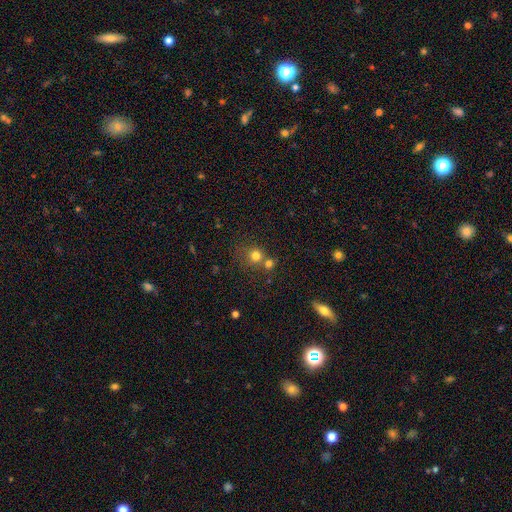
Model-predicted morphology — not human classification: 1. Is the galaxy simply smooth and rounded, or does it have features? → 74% smooth, 16% star or artifact, 10% featured or disk.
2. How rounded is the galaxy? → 87% round, 12% in between, 1% cigar-shaped.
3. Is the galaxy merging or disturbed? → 52% none, 35% merger, 8% minor disturbance, 4% major disturbance.